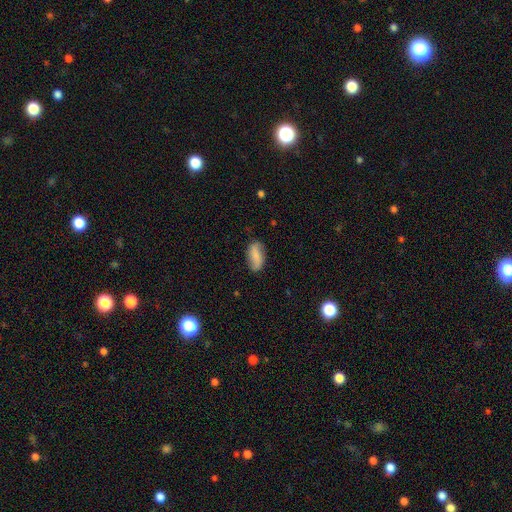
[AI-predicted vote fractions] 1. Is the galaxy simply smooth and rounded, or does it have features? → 68% smooth, 24% featured or disk, 7% star or artifact.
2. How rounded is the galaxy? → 88% in between, 9% cigar-shaped, 3% round.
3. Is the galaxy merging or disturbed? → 77% none, 18% minor disturbance, 4% major disturbance, 1% merger.